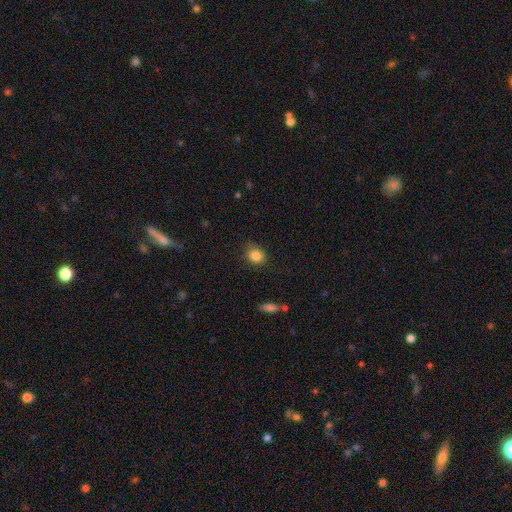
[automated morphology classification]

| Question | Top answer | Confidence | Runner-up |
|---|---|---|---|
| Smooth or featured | smooth | 85% | star or artifact (10%) |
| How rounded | round | 57% | in between (42%) |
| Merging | none | 81% | minor disturbance (14%) |